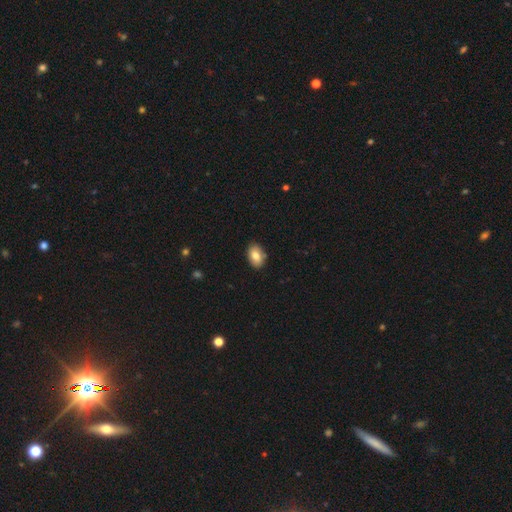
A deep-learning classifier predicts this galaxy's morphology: smooth 81%, featured or disk 11%, star or artifact 8%. Down the decision tree: how rounded — in between (89%); merging — none (87%).